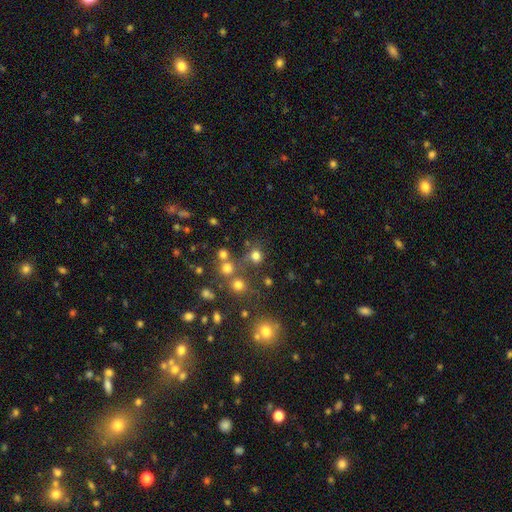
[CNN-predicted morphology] Overall: smooth (74%). How rounded: round (85%). Merging: none (69%).